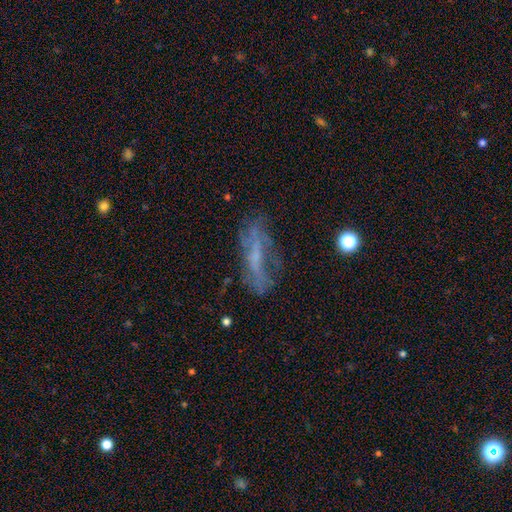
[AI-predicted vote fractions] Q: Smooth or featured?
A: featured or disk (53%); runner-up: smooth (32%)
Q: Edge-on disk?
A: no (75%); runner-up: yes (25%)
Q: Merging?
A: none (50%); runner-up: minor disturbance (24%)